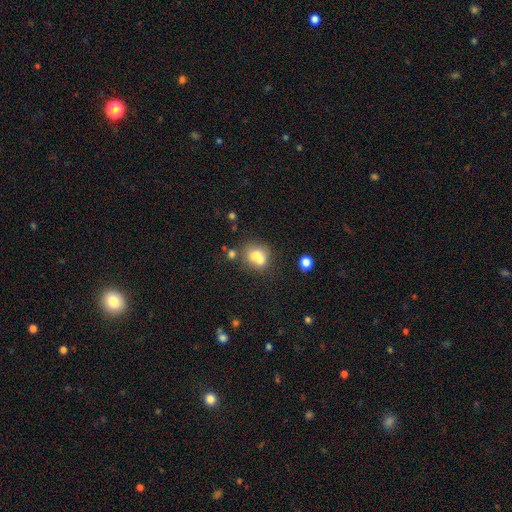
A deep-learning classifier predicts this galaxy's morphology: type=smooth (67%); roundness=round (70%); merging=merger (52%).